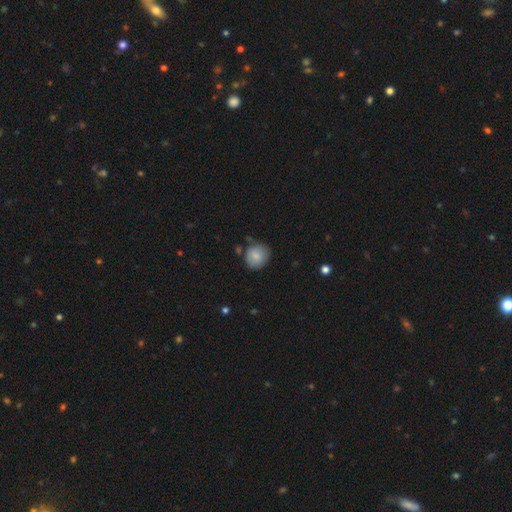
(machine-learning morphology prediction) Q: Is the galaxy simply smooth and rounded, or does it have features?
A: smooth — 83%.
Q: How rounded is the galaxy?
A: round — 84%.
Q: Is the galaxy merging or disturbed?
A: none — 74%.